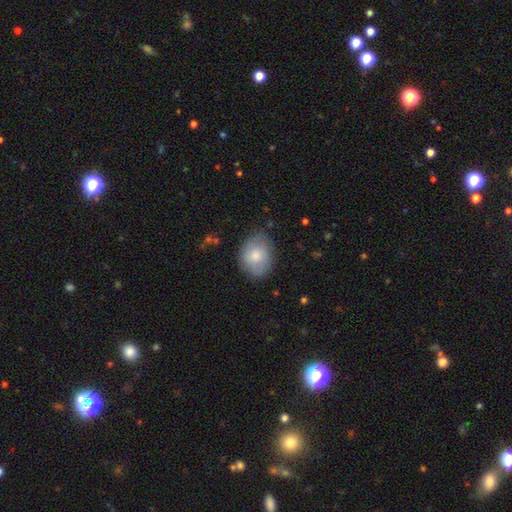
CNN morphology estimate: This appears to be a smooth galaxy with no disk features (76%) that is in between round and cigar-shaped (64%). Merging: none (72%).